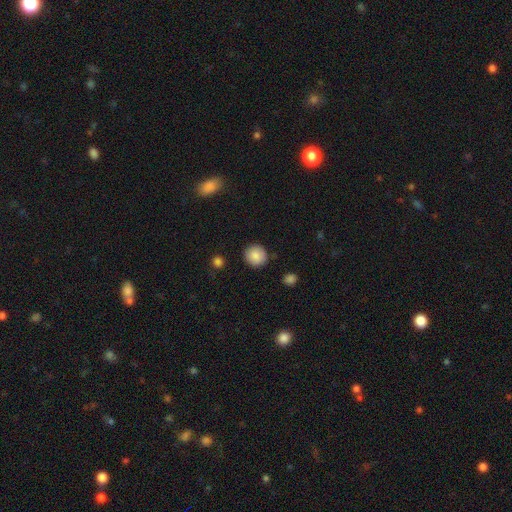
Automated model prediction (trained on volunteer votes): Smooth or featured? Predicted: smooth (p=0.87). How rounded? Predicted: round (p=0.93). Merging? Predicted: none (p=0.89).